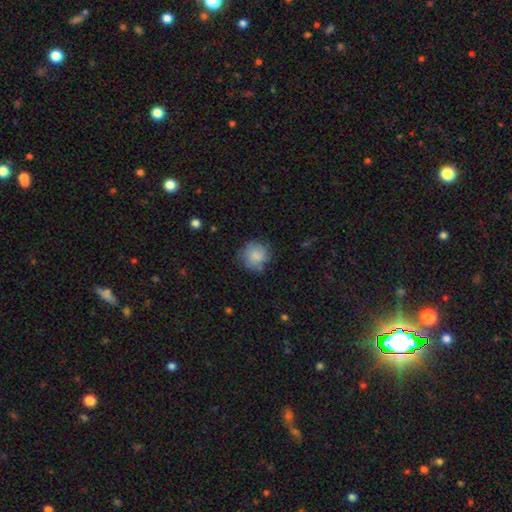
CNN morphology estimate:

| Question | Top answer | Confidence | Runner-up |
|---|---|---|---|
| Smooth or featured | smooth | 84% | featured or disk (9%) |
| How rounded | round | 91% | in between (8%) |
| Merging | none | 73% | minor disturbance (19%) |